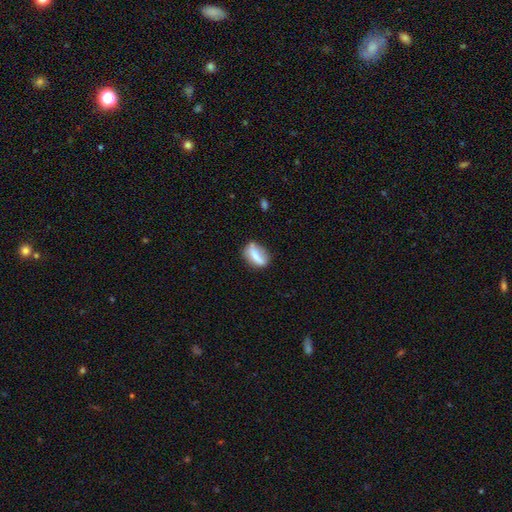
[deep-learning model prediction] smooth 57%, featured or disk 35%, star or artifact 8%. Down the decision tree: how rounded — in between (75%); merging — none (64%).